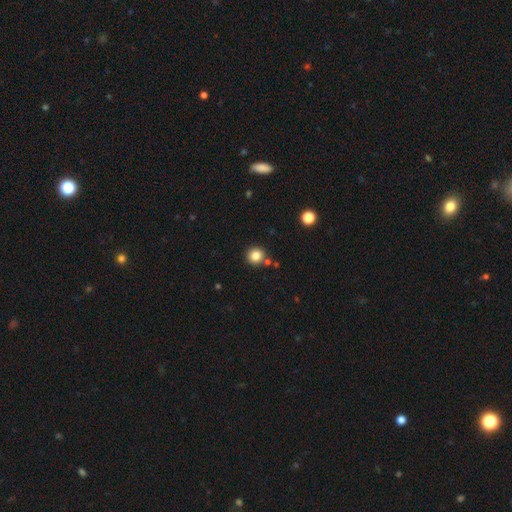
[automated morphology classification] Smooth or featured? smooth (83%)
How rounded? round (94%)
Merging? none (85%)